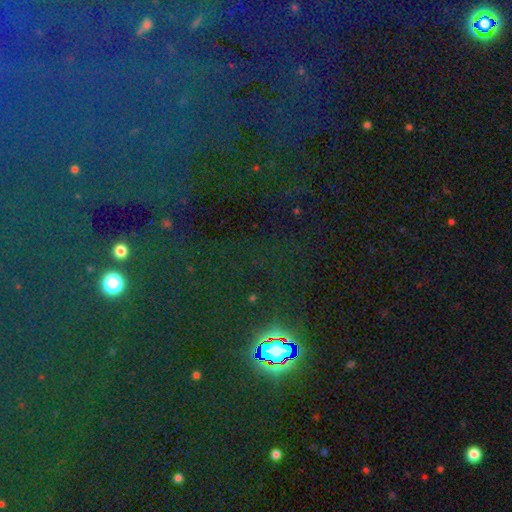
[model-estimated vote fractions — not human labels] Overall: star or artifact (82%).